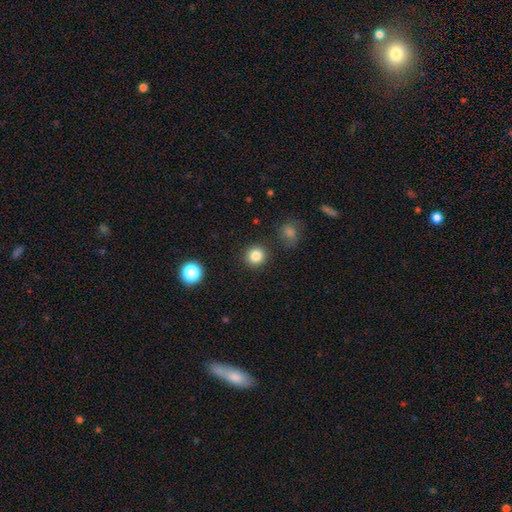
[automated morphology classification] Smooth or featured? smooth (84%)
How rounded? round (92%)
Merging? none (89%)